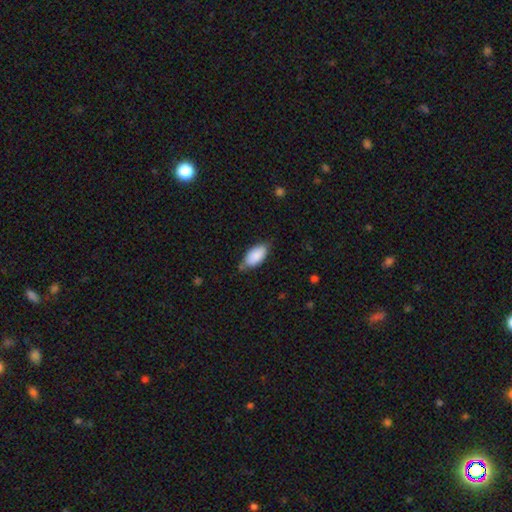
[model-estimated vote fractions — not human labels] This is clearly a smooth galaxy (87%). How rounded: clearly in between (93%). Merging: likely none (63%).